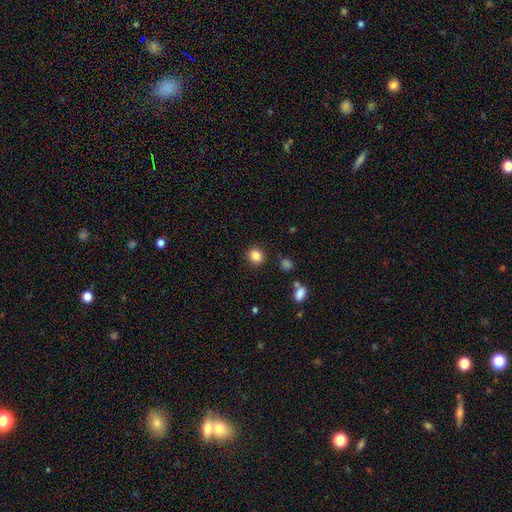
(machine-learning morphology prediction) type=smooth (85%); roundness=round (82%); merging=none (88%).